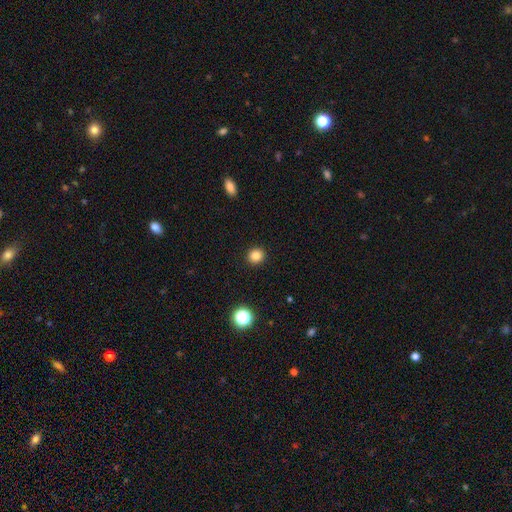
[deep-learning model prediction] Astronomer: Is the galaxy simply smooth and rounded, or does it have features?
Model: smooth — 84%.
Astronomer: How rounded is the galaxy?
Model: round — 88%.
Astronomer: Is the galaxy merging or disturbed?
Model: none — 93%.